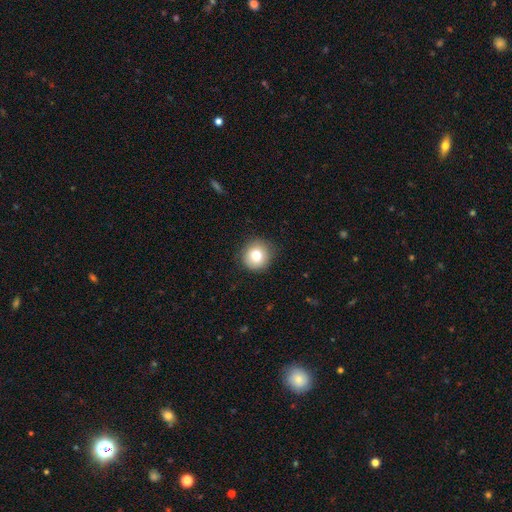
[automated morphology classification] This is clearly a smooth galaxy (81%). How rounded: clearly round (91%). Merging: clearly none (85%).